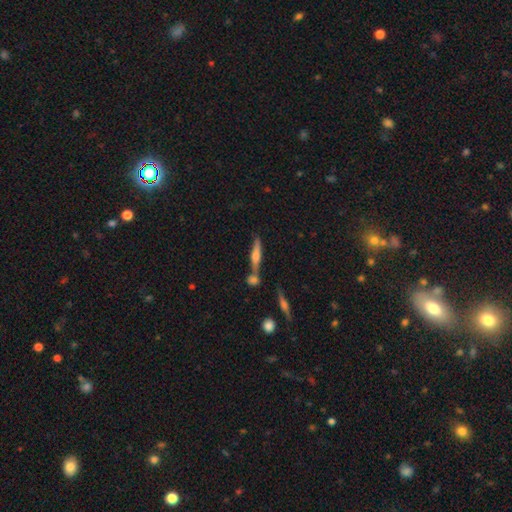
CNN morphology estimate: This is possibly a featured or disk galaxy (59%). It is clearly viewed edge-on (95%). Edge-on bulge: clearly rounded (82%). Merging: likely none (64%).